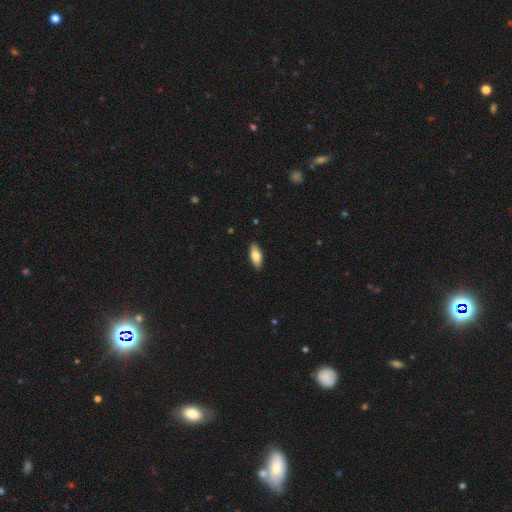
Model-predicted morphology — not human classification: This is likely a smooth galaxy (75%). How rounded: clearly in between (83%). Merging: clearly none (89%).